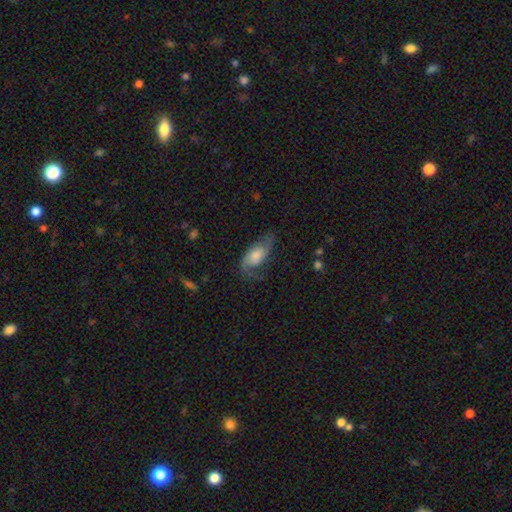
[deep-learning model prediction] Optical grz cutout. It shows a featured or disk galaxy (64%) with no bar (61%), 2 (81%) loose (49%) spiral arms (91%) and a moderate central bulge (37%). Merging: none (60%).